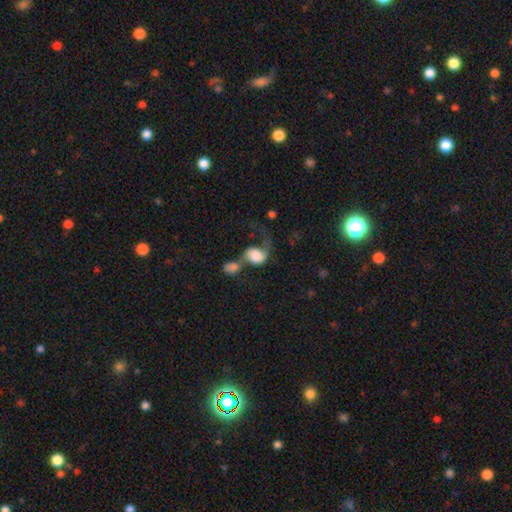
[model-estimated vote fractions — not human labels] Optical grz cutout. It shows a smooth galaxy with no disk features (58%) that is in between round and cigar-shaped (51%). Merging: merger (59%).